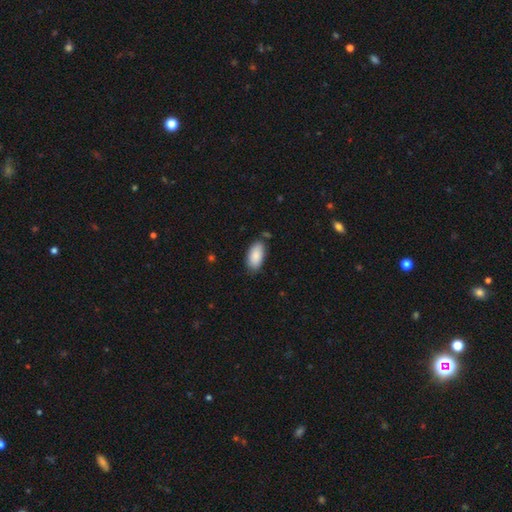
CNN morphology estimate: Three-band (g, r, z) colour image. It shows a smooth galaxy with no disk features (88%) that is in between round and cigar-shaped (94%). Merging: none (78%).